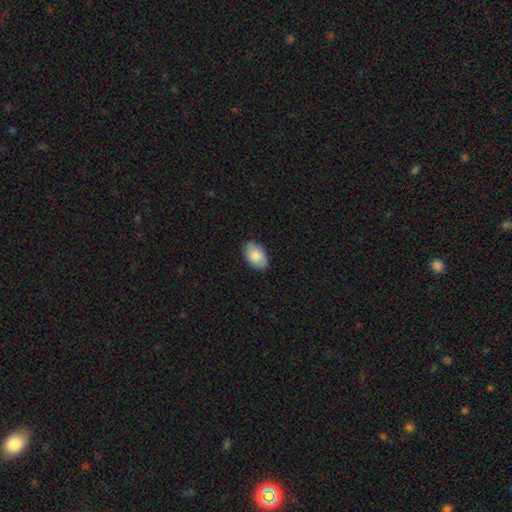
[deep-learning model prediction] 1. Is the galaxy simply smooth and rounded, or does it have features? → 86% smooth, 8% featured or disk, 6% star or artifact.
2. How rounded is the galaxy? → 92% in between, 7% round, 1% cigar-shaped.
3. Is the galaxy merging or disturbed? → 84% none, 13% minor disturbance, 2% major disturbance, 1% merger.